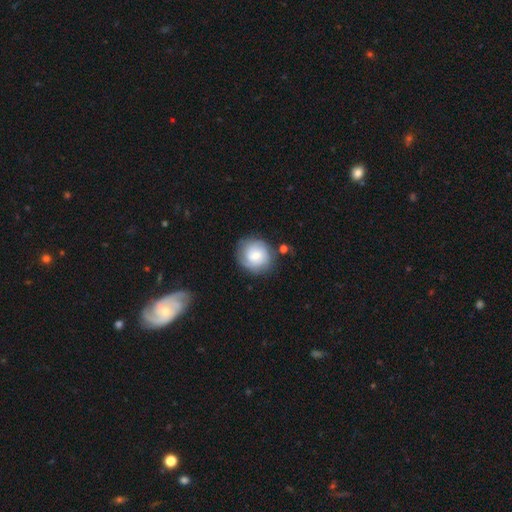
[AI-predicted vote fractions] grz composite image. It shows a featured or disk galaxy (48%). Merging: none (74%).